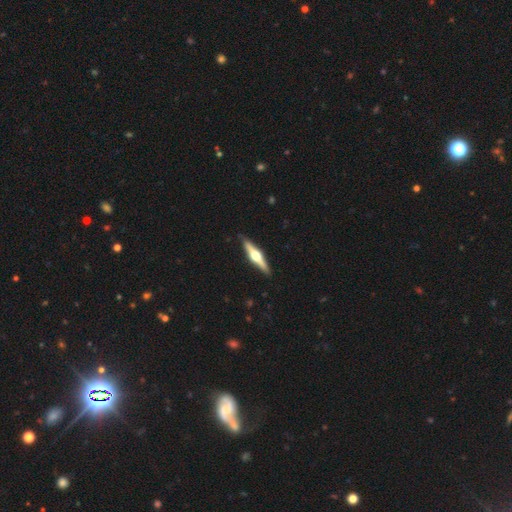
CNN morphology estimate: The model was most divided on "smooth or featured": featured or disk: 75%, smooth: 21%, star or artifact: 5%. More confident: edge-on disk — yes (98%); edge-on bulge — rounded (96%); merging — none (91%).